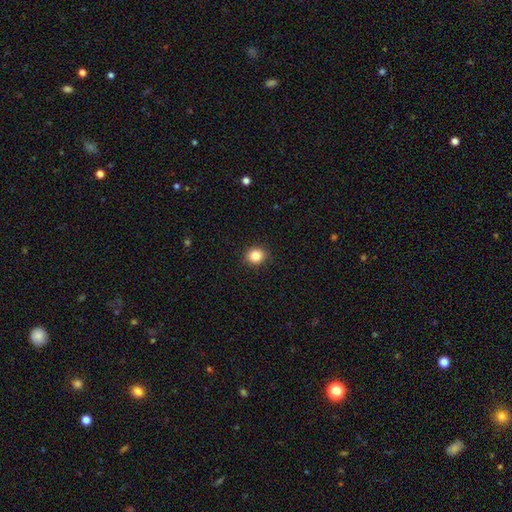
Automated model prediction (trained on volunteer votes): This appears to be a smooth galaxy with no disk features (85%) that is round (77%). Merging: none (92%).